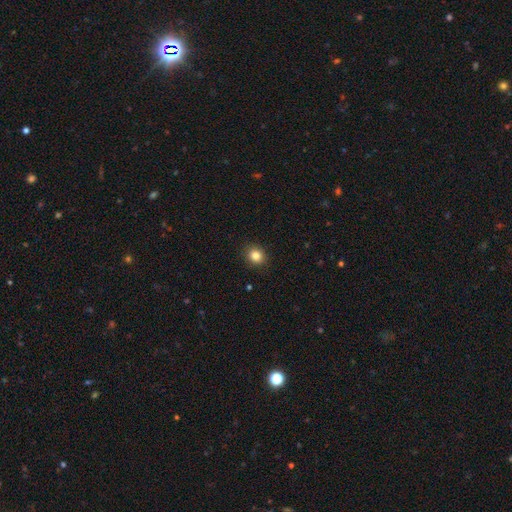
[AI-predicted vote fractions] Smooth or featured? Predicted: smooth (p=0.84). How rounded? Predicted: round (p=0.79). Merging? Predicted: none (p=0.90).